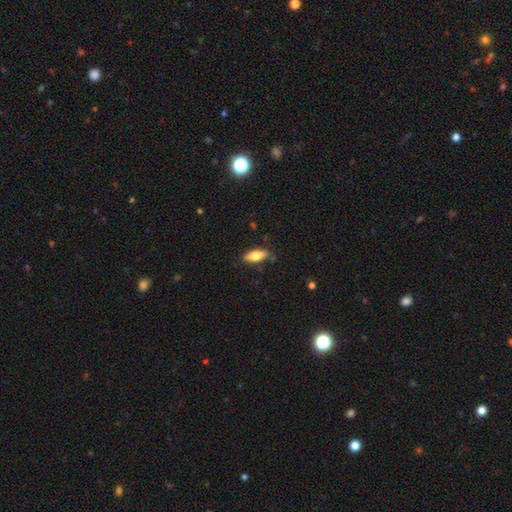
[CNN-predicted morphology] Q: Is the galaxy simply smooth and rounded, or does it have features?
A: smooth — 74%.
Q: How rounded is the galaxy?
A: in between — 82%.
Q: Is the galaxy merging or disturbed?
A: none — 84%.